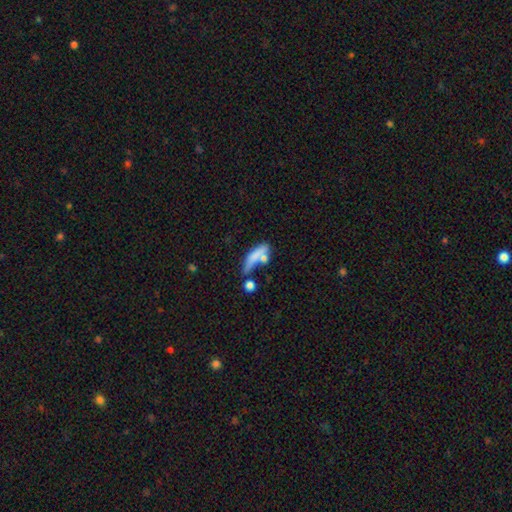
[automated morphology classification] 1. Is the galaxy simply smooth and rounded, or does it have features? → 67% smooth, 24% featured or disk, 9% star or artifact.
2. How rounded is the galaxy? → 61% cigar-shaped, 34% in between, 5% round.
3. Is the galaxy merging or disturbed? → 36% none, 30% merger, 18% minor disturbance, 16% major disturbance.